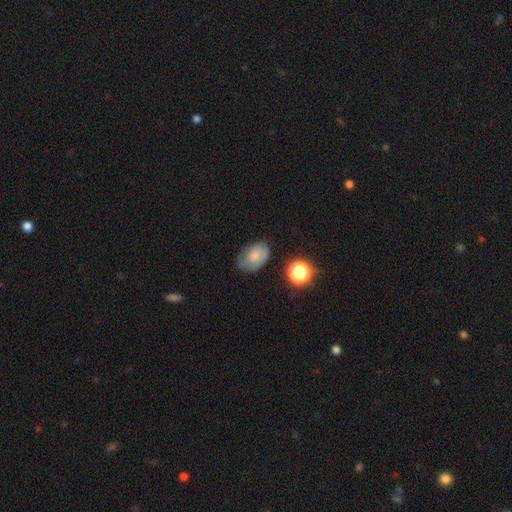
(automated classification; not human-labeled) This appears to be a smooth galaxy with no disk features (70%) that is in between round and cigar-shaped (81%). Merging: none (54%).